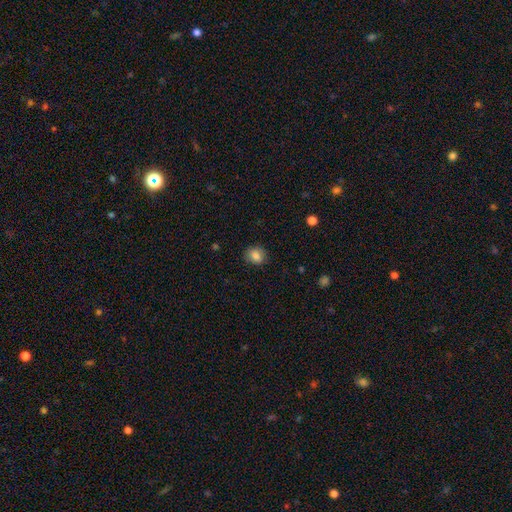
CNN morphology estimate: Smooth or featured: smooth — 84% (star or artifact — 10%)
How rounded: round — 71% (in between — 28%)
Merging: none — 86% (minor disturbance — 11%)